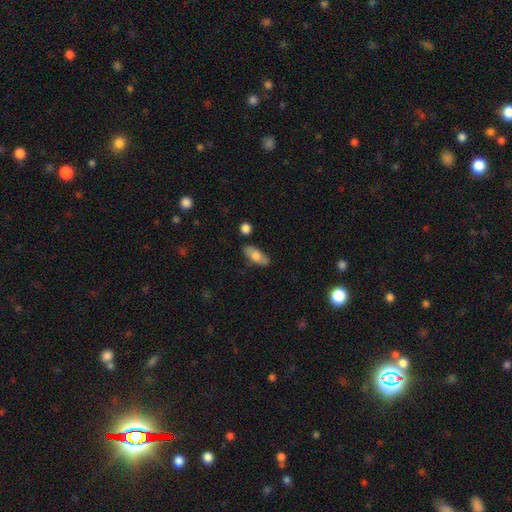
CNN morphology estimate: Smooth or featured?
  - smooth: 65% *
  - featured or disk: 28%
  - star or artifact: 7%
How rounded?
  - in between: 79% *
  - cigar-shaped: 18%
  - round: 3%
Merging?
  - none: 79% *
  - minor disturbance: 14%
  - merger: 3%
  - major disturbance: 3%